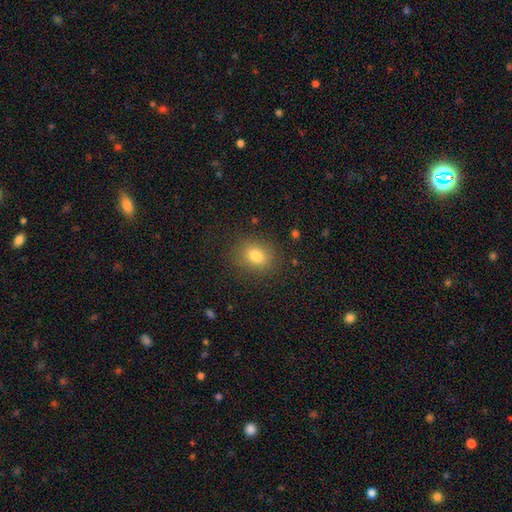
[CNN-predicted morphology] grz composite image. It shows a smooth galaxy with no disk features (80%) that is round (50%). Merging: none (85%).